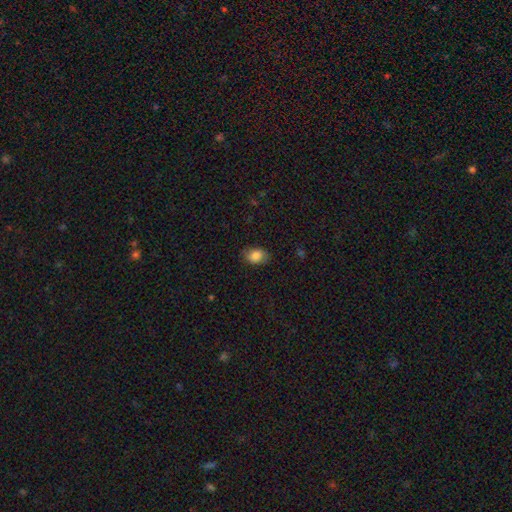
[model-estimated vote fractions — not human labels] smooth_or_featured: smooth (p=0.84) [alt: featured or disk p=0.08]
how_rounded: in between (p=0.79) [alt: round p=0.20]
merging: none (p=0.82) [alt: minor disturbance p=0.13]